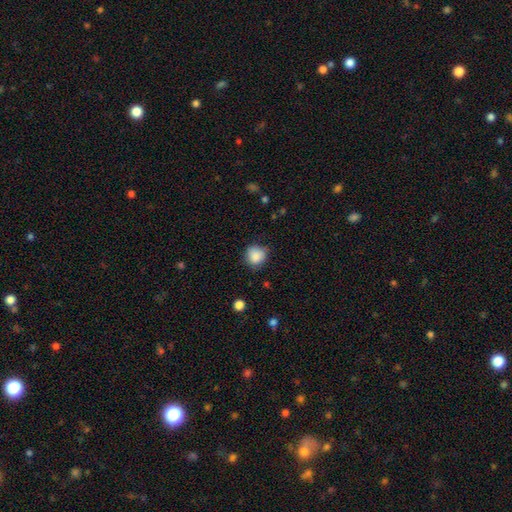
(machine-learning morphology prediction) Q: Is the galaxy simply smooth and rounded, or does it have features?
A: smooth — 87%.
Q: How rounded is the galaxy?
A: round — 88%.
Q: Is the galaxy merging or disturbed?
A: none — 74%.